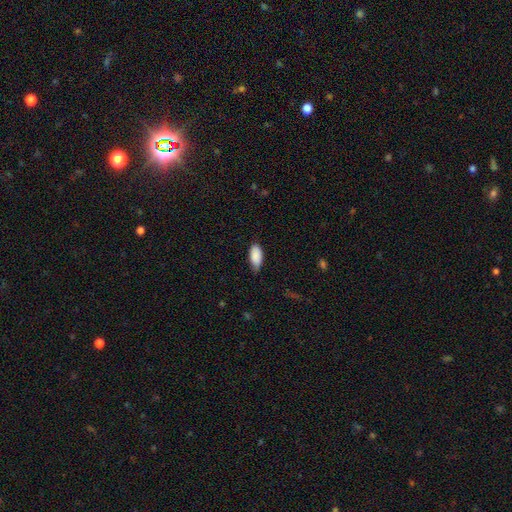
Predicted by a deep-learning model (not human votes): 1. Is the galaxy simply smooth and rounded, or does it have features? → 88% smooth, 6% star or artifact, 5% featured or disk.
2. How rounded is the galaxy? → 91% in between, 7% cigar-shaped, 2% round.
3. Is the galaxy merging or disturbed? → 67% none, 28% minor disturbance, 4% major disturbance, 1% merger.